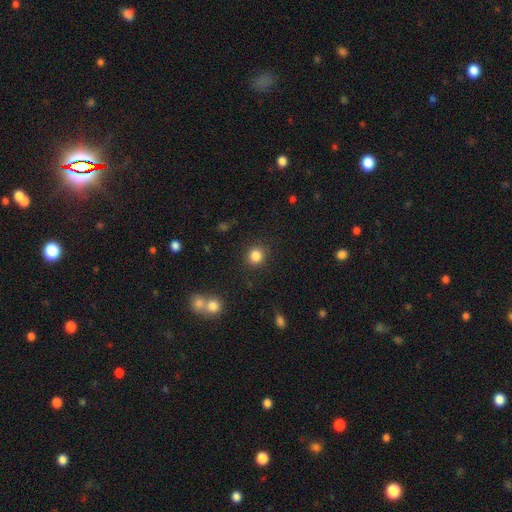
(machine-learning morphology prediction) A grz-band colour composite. It shows a smooth galaxy with no disk features (84%) that is round (88%). Merging: none (88%).